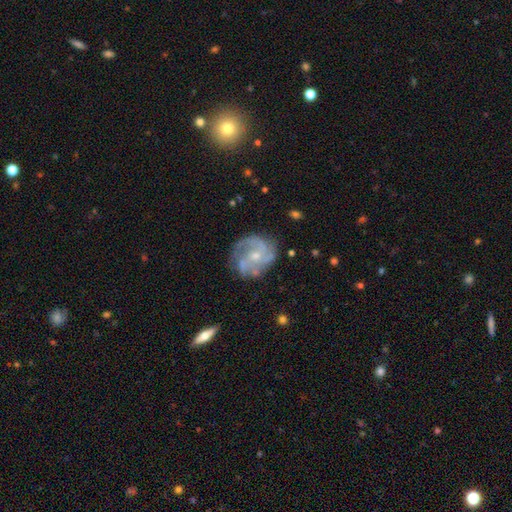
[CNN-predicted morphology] The model was most divided on "spiral arm count": 3: 34%, 2: 26%, can't tell: 19%, 4: 11%, 1: 5%, more than 4: 5%. Remaining: edge-on disk — no (98%); spiral arms — yes (94%); smooth or featured — featured or disk (83%); merging — none (70%); bar — no (64%); bulge size — small (63%); spiral winding — medium (46%).